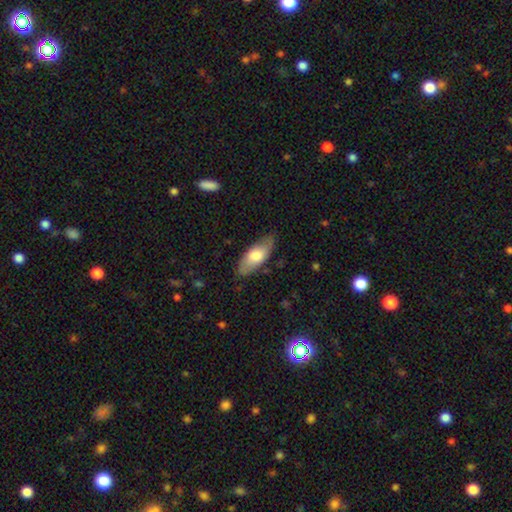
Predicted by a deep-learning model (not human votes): Overall: smooth (67%; featured or disk 28%). How rounded: in between (82%). Merging: none (79%).